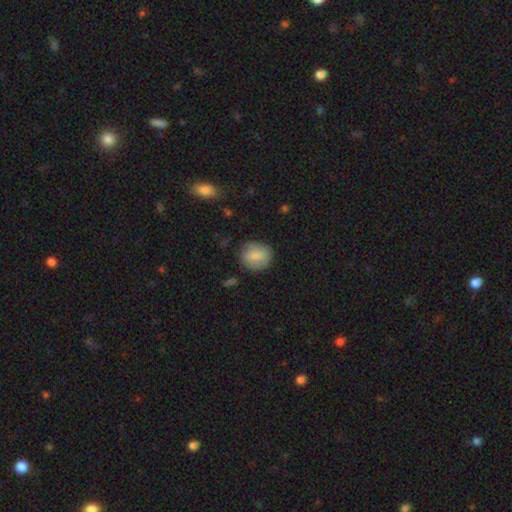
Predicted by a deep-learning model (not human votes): Smooth or featured? Predicted: smooth (p=0.80). How rounded? Predicted: round (p=0.70). Merging? Predicted: none (p=0.75).